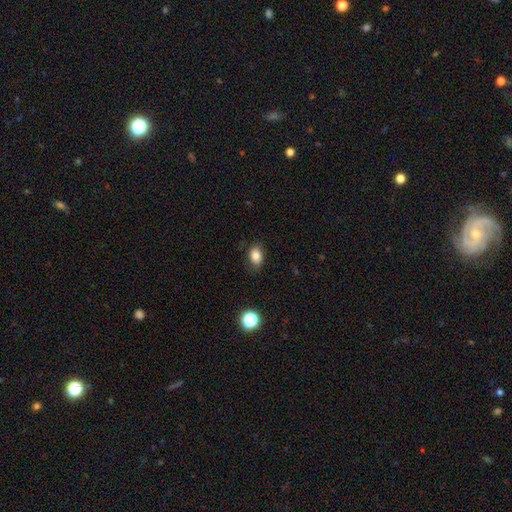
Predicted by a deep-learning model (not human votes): Overall: smooth (82%). How rounded: in between (80%). Merging: none (81%).